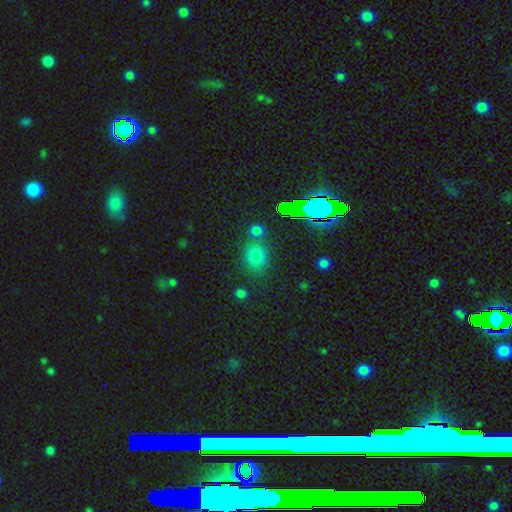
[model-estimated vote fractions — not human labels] smooth-or-featured: smooth: 68% | star or artifact: 24% | featured or disk: 7%
  how-rounded: round: 67% | in between: 31% | cigar-shaped: 2%
  merging: none: 72% | merger: 13% | minor disturbance: 11% | major disturbance: 4%